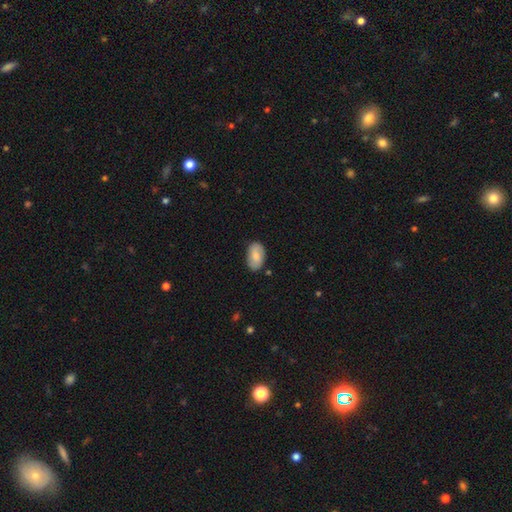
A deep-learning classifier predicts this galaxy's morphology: Smooth or featured: smooth — 71% (featured or disk — 23%)
How rounded: in between — 92% (round — 7%)
Merging: none — 82% (minor disturbance — 14%)